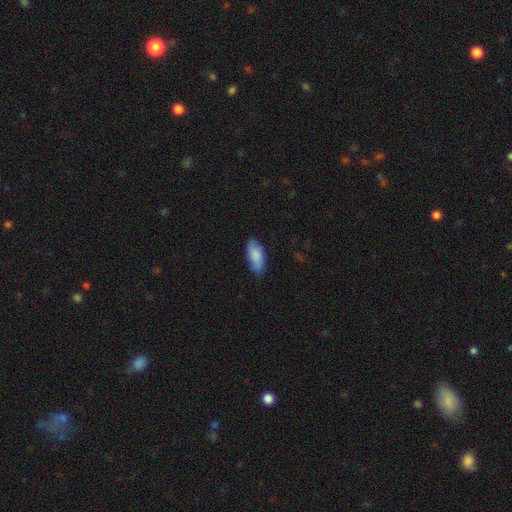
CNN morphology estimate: Smooth or featured?
  - smooth: 83% *
  - featured or disk: 11%
  - star or artifact: 6%
How rounded?
  - in between: 85% *
  - cigar-shaped: 13%
  - round: 2%
Merging?
  - none: 81% *
  - minor disturbance: 16%
  - major disturbance: 3%
  - merger: 1%